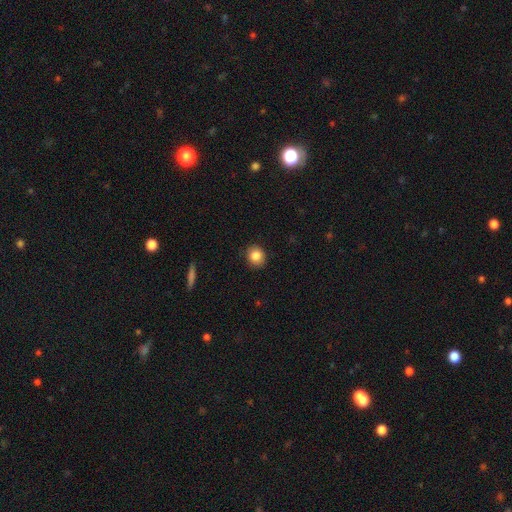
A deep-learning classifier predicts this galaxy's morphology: This appears to be a smooth galaxy with no disk features (85%) that is round (80%). Merging: none (90%).